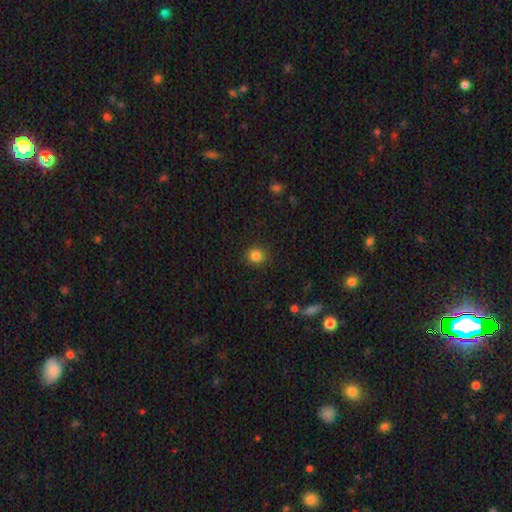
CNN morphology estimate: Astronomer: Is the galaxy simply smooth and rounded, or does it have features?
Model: smooth — 84%.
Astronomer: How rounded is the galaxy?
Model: round — 84%.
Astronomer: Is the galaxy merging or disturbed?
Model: none — 90%.